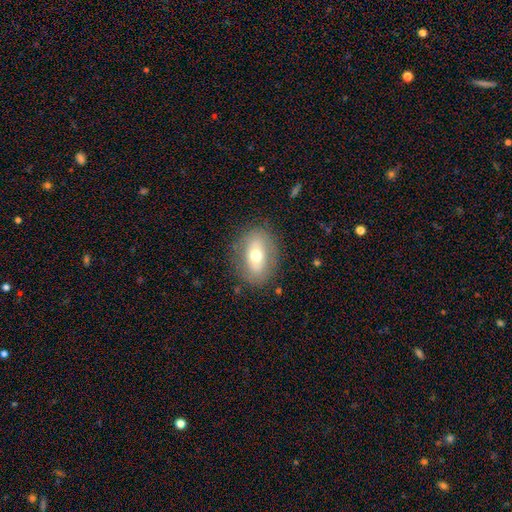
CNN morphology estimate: Smooth or featured: smooth — 56% (featured or disk — 35%)
How rounded: in between — 77% (round — 21%)
Merging: none — 80% (minor disturbance — 13%)